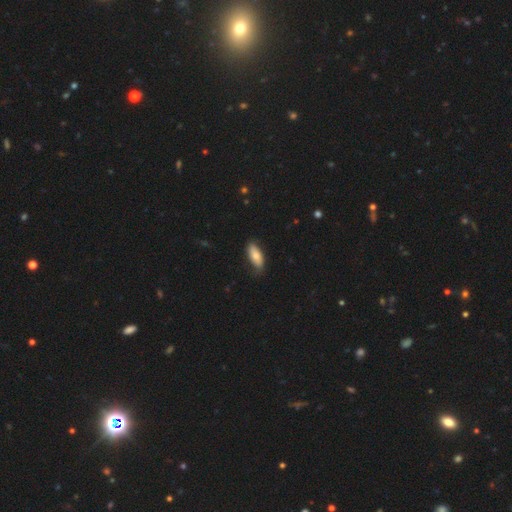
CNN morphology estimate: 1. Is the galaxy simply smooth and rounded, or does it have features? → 75% smooth, 19% featured or disk, 6% star or artifact.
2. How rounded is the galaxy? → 80% in between, 18% cigar-shaped, 2% round.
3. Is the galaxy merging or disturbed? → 71% none, 24% minor disturbance, 4% major disturbance, 1% merger.